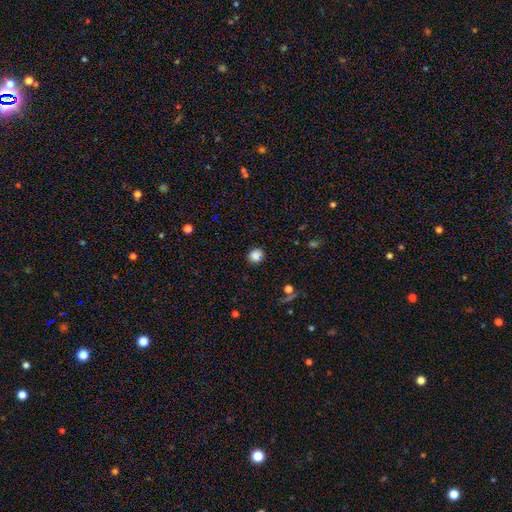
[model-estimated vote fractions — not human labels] This appears to be a smooth galaxy with no disk features (85%) that is round (81%). Merging: none (89%).